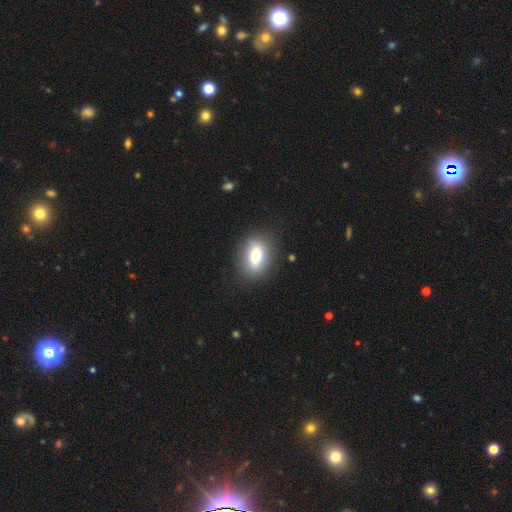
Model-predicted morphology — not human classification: Smooth or featured?
  - smooth: 78% *
  - featured or disk: 13%
  - star or artifact: 9%
How rounded?
  - in between: 78% *
  - round: 14%
  - cigar-shaped: 7%
Merging?
  - none: 84% *
  - minor disturbance: 11%
  - major disturbance: 4%
  - merger: 1%